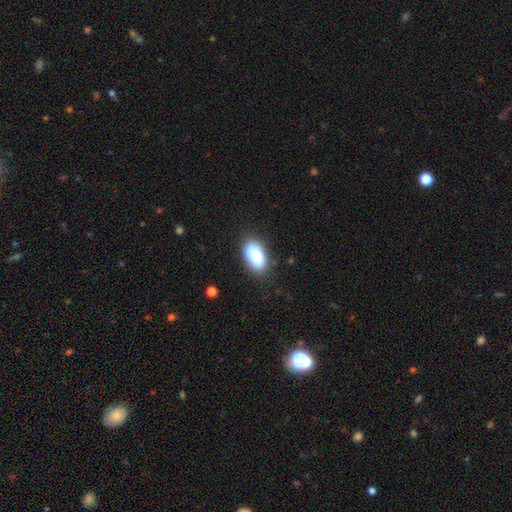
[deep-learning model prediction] Smooth or featured? smooth (81%)
How rounded? in between (93%)
Merging? none (78%)